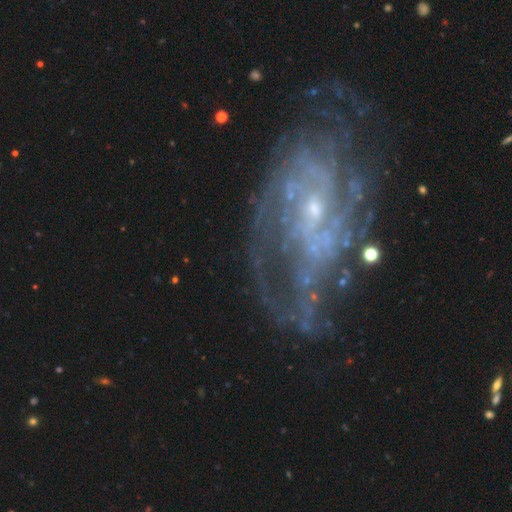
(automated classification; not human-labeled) Morphology: type=featured or disk (85%); edge-on=no (96%); bar=no (60%); spiral arms=yes (89%); winding=tight (45%); arm count=can't tell (40%); bulge=small (77%); merging=none (60%).